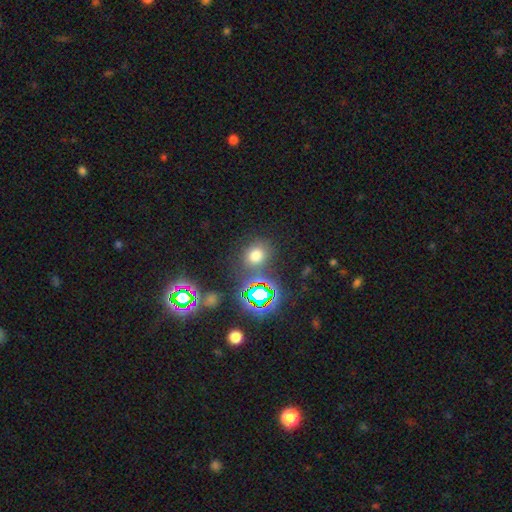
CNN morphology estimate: The model was most divided on "smooth or featured": smooth: 64%, star or artifact: 29%, featured or disk: 7%. More confident: how rounded — round (77%); merging — none (77%).